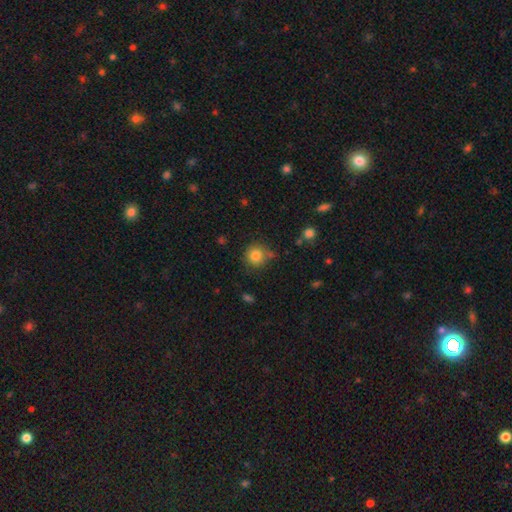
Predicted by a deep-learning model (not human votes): Smooth or featured? Predicted: smooth (p=0.82). How rounded? Predicted: round (p=0.93). Merging? Predicted: none (p=0.76).